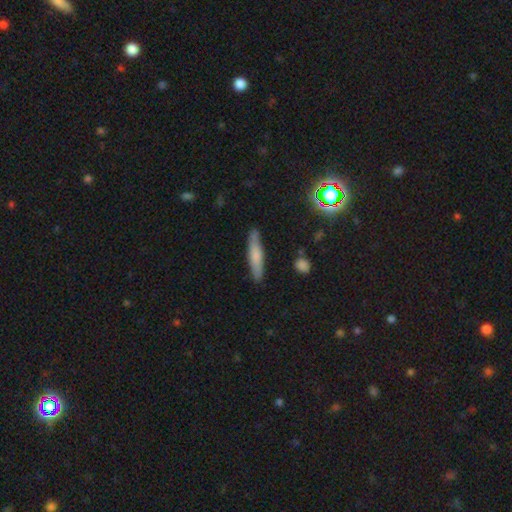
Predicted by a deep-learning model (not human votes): This is likely a smooth galaxy (66%). How rounded: clearly cigar-shaped (85%). Merging: clearly none (84%).